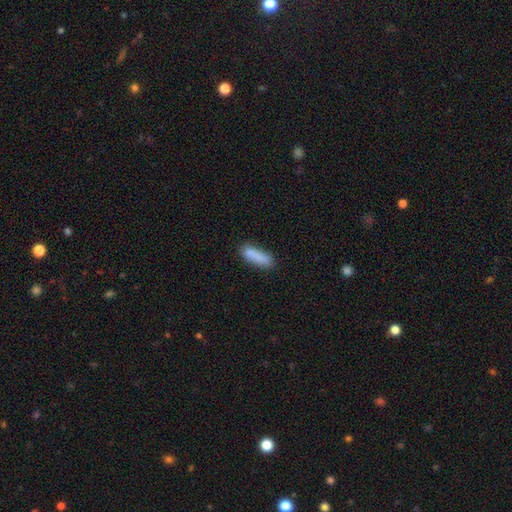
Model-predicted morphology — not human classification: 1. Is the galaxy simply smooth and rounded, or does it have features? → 84% smooth, 8% featured or disk, 7% star or artifact.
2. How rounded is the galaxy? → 58% cigar-shaped, 40% in between, 2% round.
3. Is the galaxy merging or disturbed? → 71% none, 19% minor disturbance, 6% merger, 4% major disturbance.